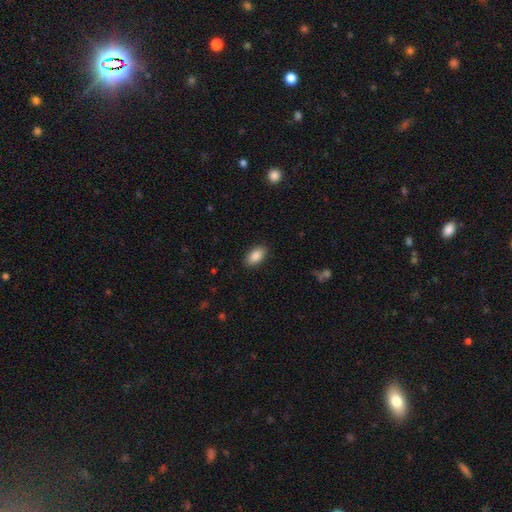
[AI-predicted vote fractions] A smooth galaxy with no disk features (88%) that is in between round and cigar-shaped (93%). Merging: none (88%).